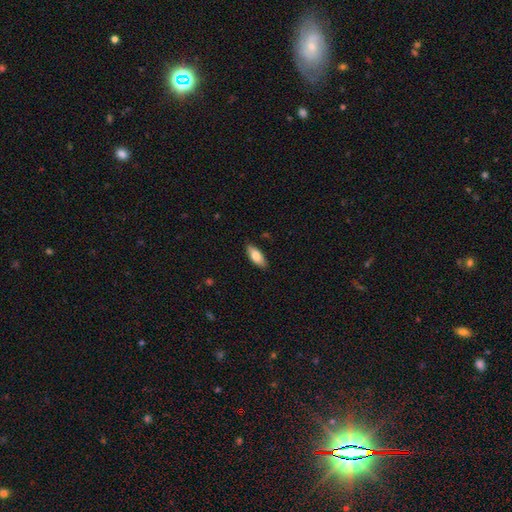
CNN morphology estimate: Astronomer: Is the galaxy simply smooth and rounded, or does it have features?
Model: smooth — 79%.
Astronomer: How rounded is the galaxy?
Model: in between — 80%.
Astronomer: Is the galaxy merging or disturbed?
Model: none — 86%.